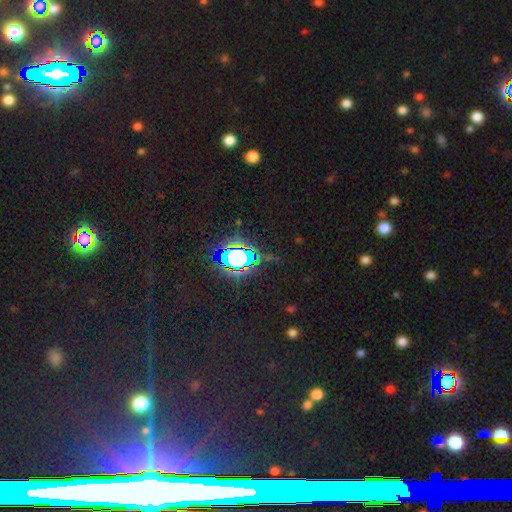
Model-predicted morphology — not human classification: type=star or artifact (81%).